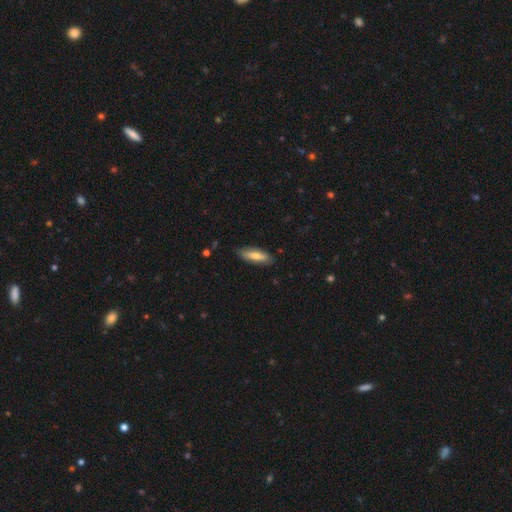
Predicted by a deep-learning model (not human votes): A smooth galaxy with no disk features (65%) that is in between round and cigar-shaped (49%, tied with cigar-shaped). Merging: none (83%).